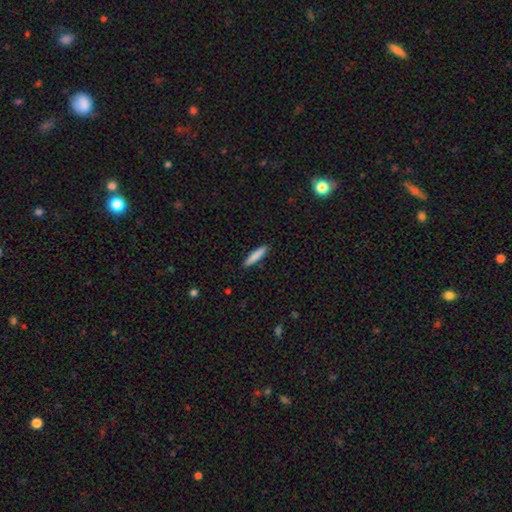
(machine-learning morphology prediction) A smooth galaxy with no disk features (85%) that is cigar-shaped (87%).

Vote fractions:
- Smooth or featured? smooth: 85% / featured or disk: 10% / star or artifact: 6%
- How rounded? cigar-shaped: 87% / in between: 12% / round: 1%
- Merging? none: 90% / minor disturbance: 7% / major disturbance: 2% / merger: 1%